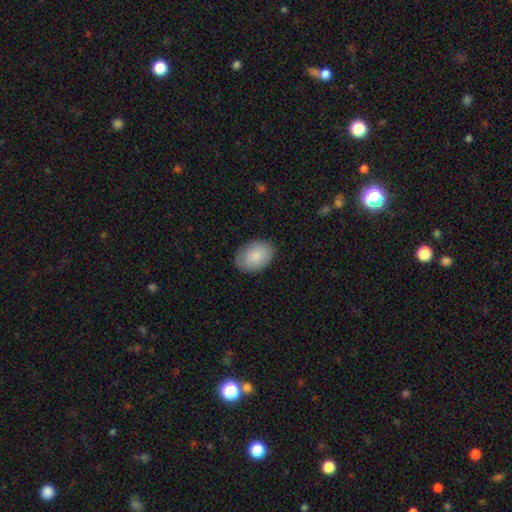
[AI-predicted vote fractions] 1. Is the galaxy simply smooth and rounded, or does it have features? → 86% smooth, 9% featured or disk, 6% star or artifact.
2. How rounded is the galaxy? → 85% in between, 14% round, 1% cigar-shaped.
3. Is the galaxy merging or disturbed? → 85% none, 12% minor disturbance, 3% major disturbance, 1% merger.